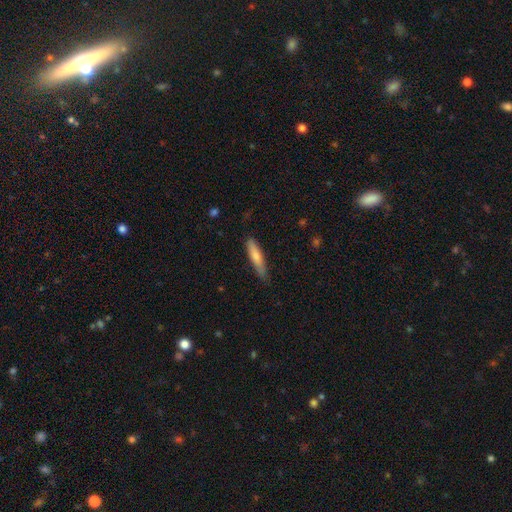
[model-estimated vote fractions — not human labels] Smooth or featured: smooth — 74% (featured or disk — 20%)
How rounded: cigar-shaped — 80% (in between — 18%)
Merging: none — 72% (minor disturbance — 23%)